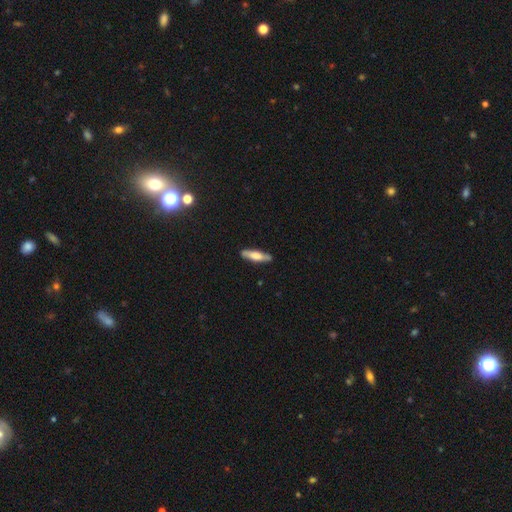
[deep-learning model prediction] Smooth or featured?
  - smooth: 57% *
  - featured or disk: 38%
  - star or artifact: 6%
How rounded?
  - cigar-shaped: 73% *
  - in between: 25%
  - round: 2%
Merging?
  - none: 84% *
  - minor disturbance: 12%
  - major disturbance: 2%
  - merger: 1%